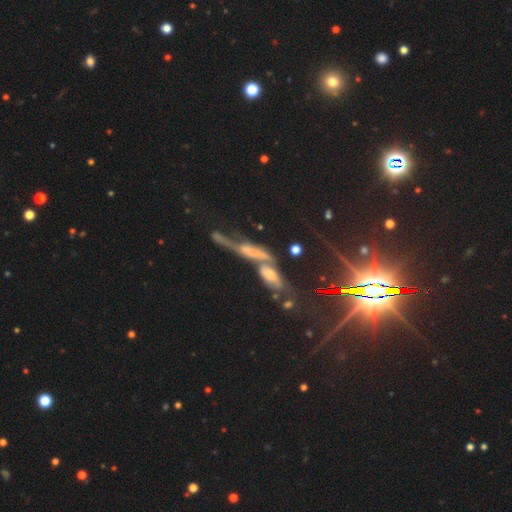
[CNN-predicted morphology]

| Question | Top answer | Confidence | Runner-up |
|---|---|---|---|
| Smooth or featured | featured or disk | 54% | star or artifact (30%) |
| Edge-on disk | yes | 53% | no (47%) |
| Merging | merger | 45% | none (25%) |